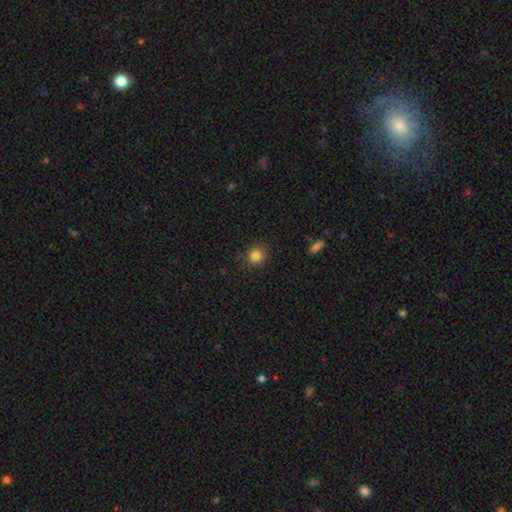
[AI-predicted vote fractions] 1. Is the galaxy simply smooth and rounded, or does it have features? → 83% smooth, 12% star or artifact, 5% featured or disk.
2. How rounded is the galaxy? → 92% round, 8% in between, 1% cigar-shaped.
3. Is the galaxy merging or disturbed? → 88% none, 8% minor disturbance, 2% major disturbance, 1% merger.